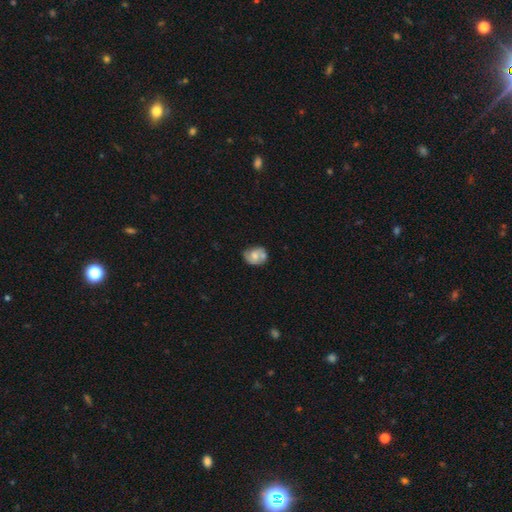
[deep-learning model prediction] The model was most divided on "smooth or featured": smooth: 49%, featured or disk: 44%, star or artifact: 7%. Remaining: merging — none (49%).